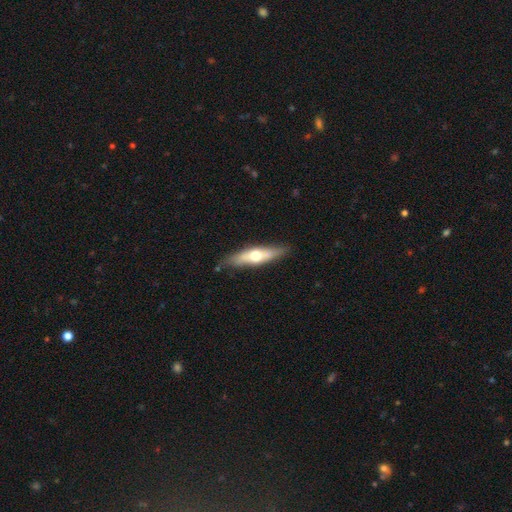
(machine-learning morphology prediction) The model was most divided on "smooth or featured": featured or disk: 50%, smooth: 45%, star or artifact: 5%. More confident: edge-on disk — yes (83%); merging — none (82%).